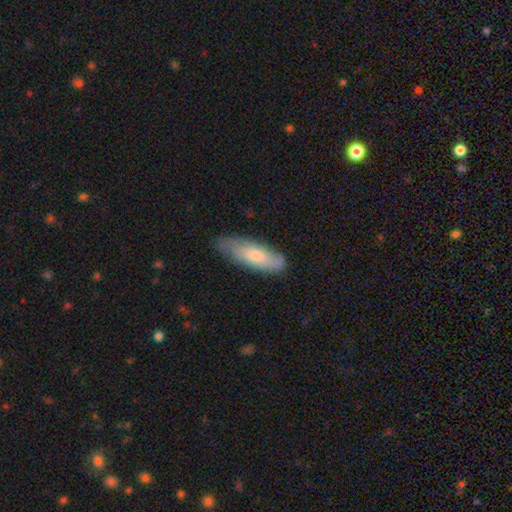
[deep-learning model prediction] Overall: smooth (66%; featured or disk 28%). How rounded: in between (57%; cigar-shaped 41%). Merging: none (71%).